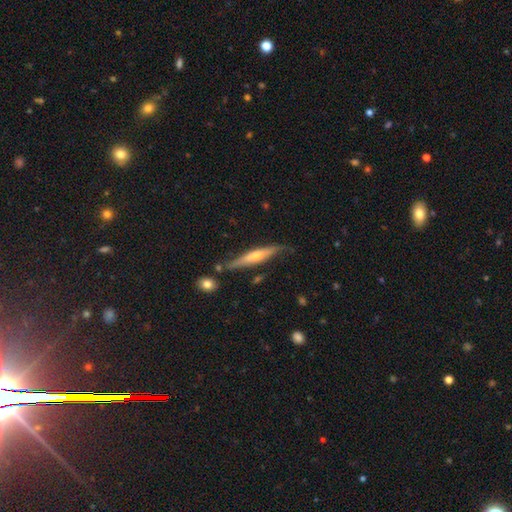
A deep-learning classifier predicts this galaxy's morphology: This appears to be a featured or disk galaxy (64%) viewed edge-on (94%) with a rounded central bulge (78%). Merging: none (77%).